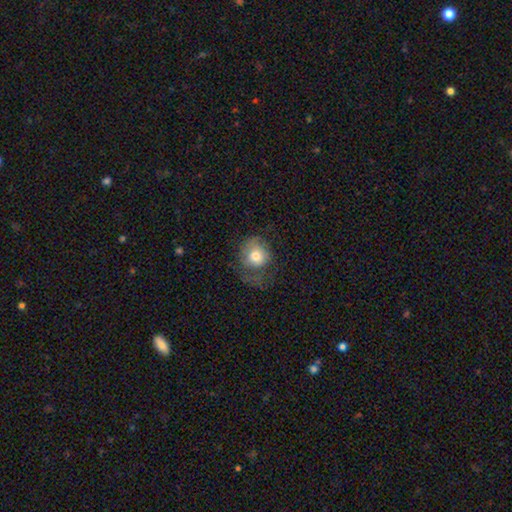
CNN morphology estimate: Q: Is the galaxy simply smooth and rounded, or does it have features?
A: smooth — 68%.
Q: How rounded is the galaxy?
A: round — 79%.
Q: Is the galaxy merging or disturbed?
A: none — 43%.